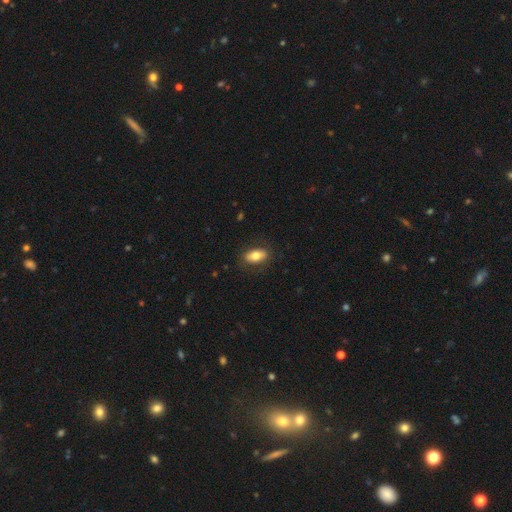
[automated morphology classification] Smooth or featured: smooth — 74% (featured or disk — 19%)
How rounded: in between — 89% (round — 6%)
Merging: none — 82% (minor disturbance — 13%)